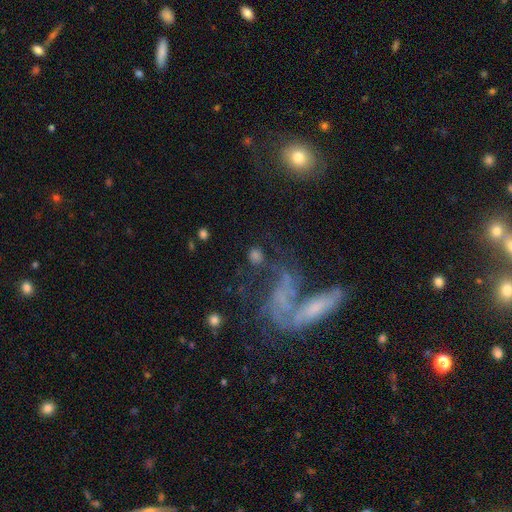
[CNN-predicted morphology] smooth_or_featured: smooth (p=0.43) [alt: featured or disk p=0.38]
merging: none (p=0.54) [alt: merger p=0.16]